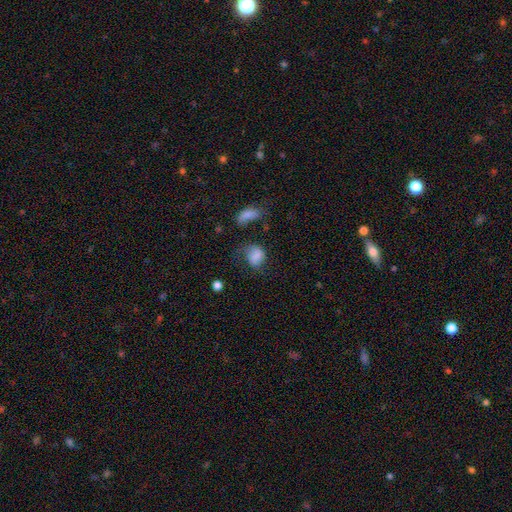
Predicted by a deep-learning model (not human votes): smooth_or_featured: smooth (p=0.75) [alt: featured or disk p=0.14]
how_rounded: in between (p=0.54) [alt: round p=0.45]
merging: none (p=0.39) [alt: minor disturbance p=0.27]